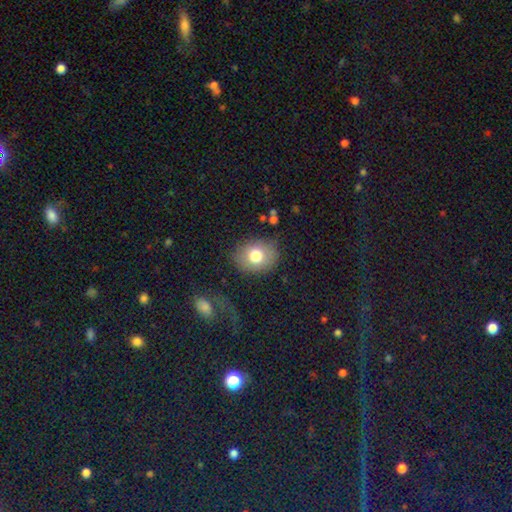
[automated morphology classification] smooth-or-featured: smooth: 76% | featured or disk: 15% | star or artifact: 9%
  how-rounded: round: 52% | in between: 47% | cigar-shaped: 1%
  merging: none: 79% | minor disturbance: 13% | major disturbance: 5% | merger: 2%